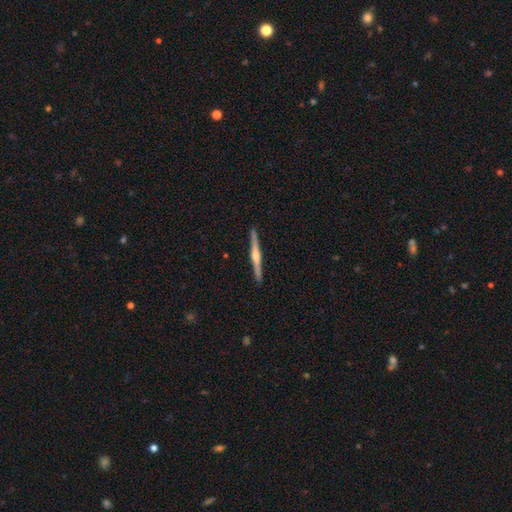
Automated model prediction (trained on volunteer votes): Overall: featured or disk (75%). Edge-on disk: yes (98%). Edge-on bulge: rounded (85%). Merging: none (92%).